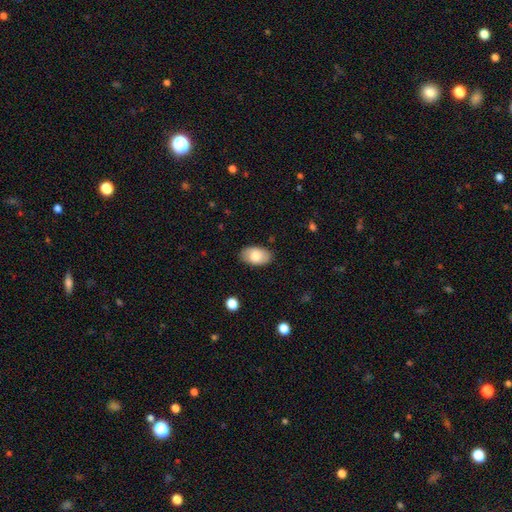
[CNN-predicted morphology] Overall: smooth (81%). How rounded: in between (93%). Merging: none (86%).